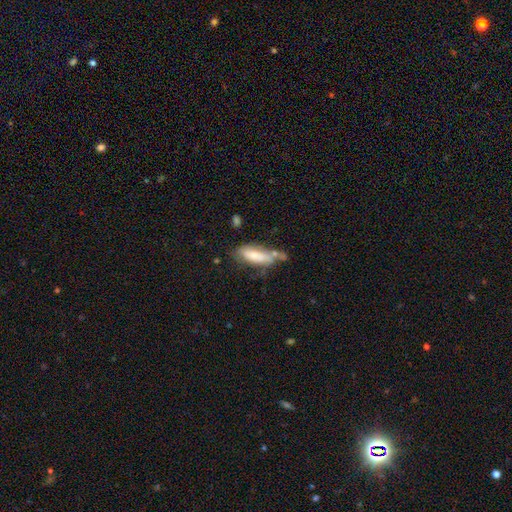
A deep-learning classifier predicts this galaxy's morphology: The model was most divided on "merging": none: 37%, minor disturbance: 29%, merger: 20%, major disturbance: 15%. More confident: smooth or featured — smooth (65%); how rounded — in between (63%).